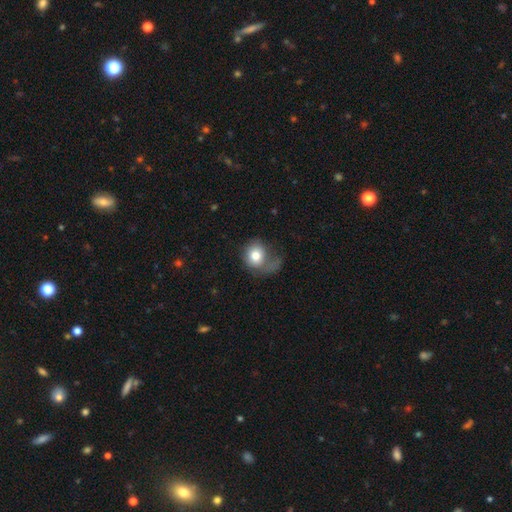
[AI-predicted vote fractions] Smooth or featured: smooth — 76% (featured or disk — 16%)
How rounded: round — 72% (in between — 27%)
Merging: major disturbance — 41% (none — 30%)